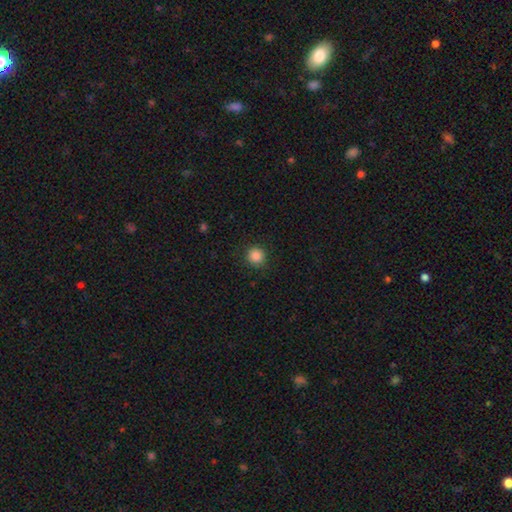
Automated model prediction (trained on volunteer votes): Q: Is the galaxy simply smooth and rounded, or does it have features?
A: smooth — 86%.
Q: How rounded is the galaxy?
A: round — 94%.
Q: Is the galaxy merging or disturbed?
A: none — 90%.